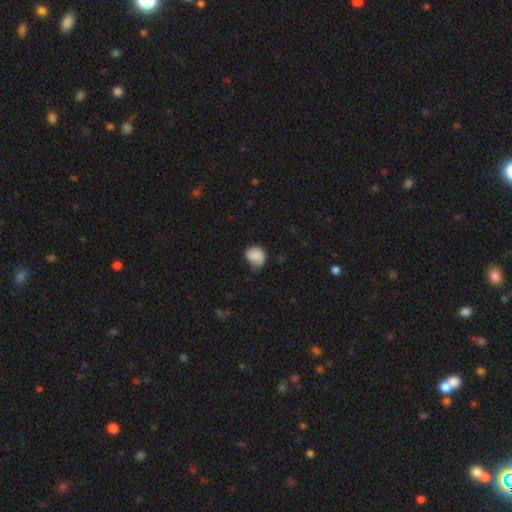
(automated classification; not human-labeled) Morphology: type=smooth (85%); roundness=round (66%); merging=none (50%).